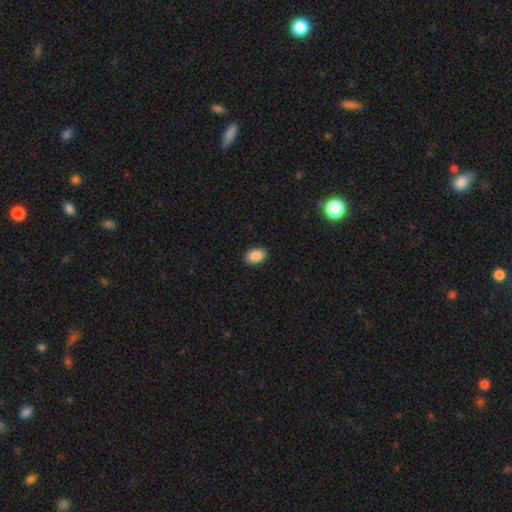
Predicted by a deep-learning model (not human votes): A smooth galaxy with no disk features (90%) that is in between round and cigar-shaped (87%). Merging: none (91%).